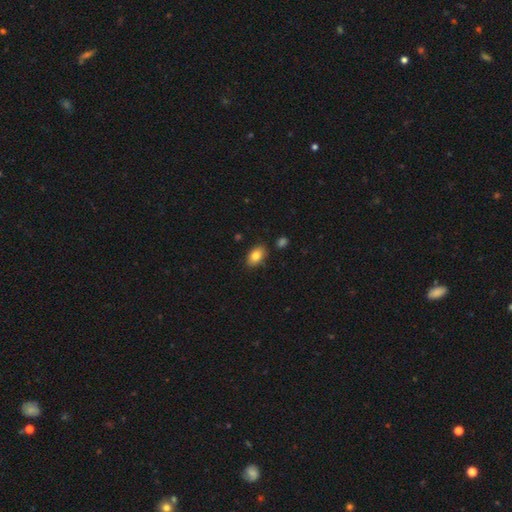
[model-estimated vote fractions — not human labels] The model was most divided on "merging": none: 83%, minor disturbance: 12%, merger: 3%, major disturbance: 2%. More confident: how rounded — in between (89%); smooth or featured — smooth (83%).